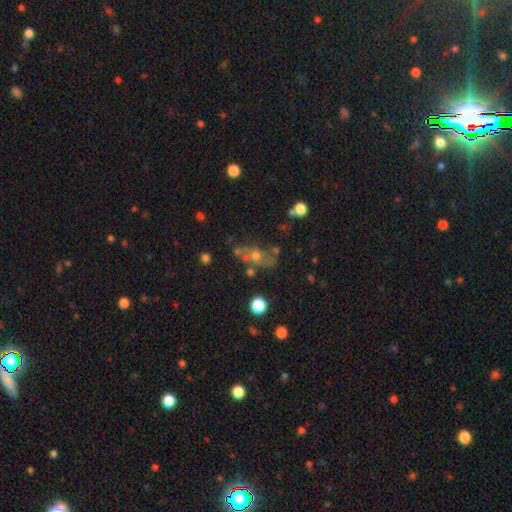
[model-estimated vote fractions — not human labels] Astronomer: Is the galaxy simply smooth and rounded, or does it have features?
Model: featured or disk — 41% (runner-up: smooth, 40%).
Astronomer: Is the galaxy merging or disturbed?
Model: none — 50%.